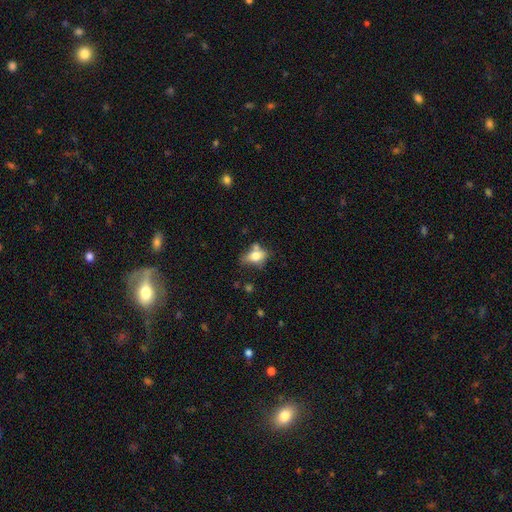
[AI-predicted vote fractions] Morphology: type=smooth (68%); roundness=in between (75%); merging=none (41%).